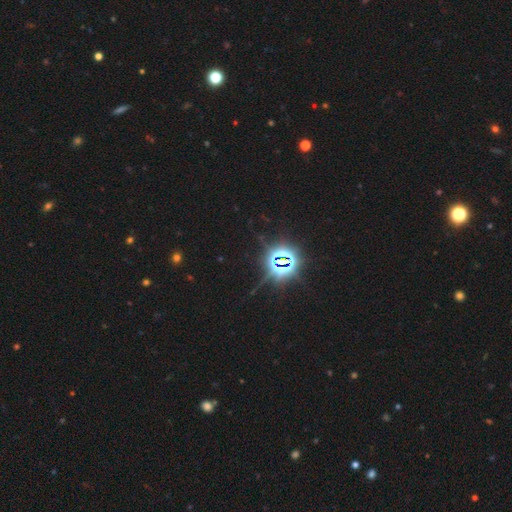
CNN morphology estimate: Overall: star or artifact (83%).